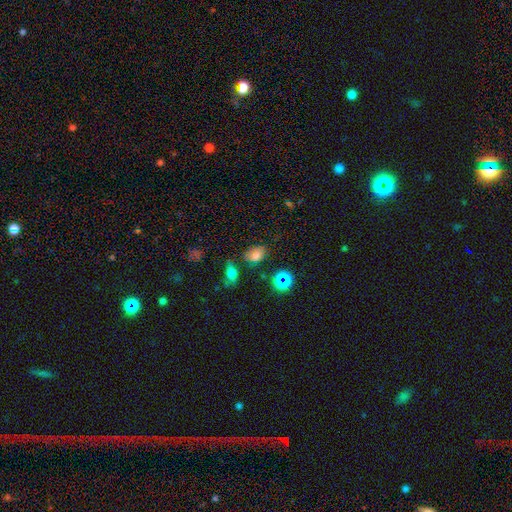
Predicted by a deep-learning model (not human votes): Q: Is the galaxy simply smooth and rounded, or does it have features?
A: smooth — 71%.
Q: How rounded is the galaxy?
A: in between — 77%.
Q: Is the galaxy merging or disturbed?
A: none — 72%.